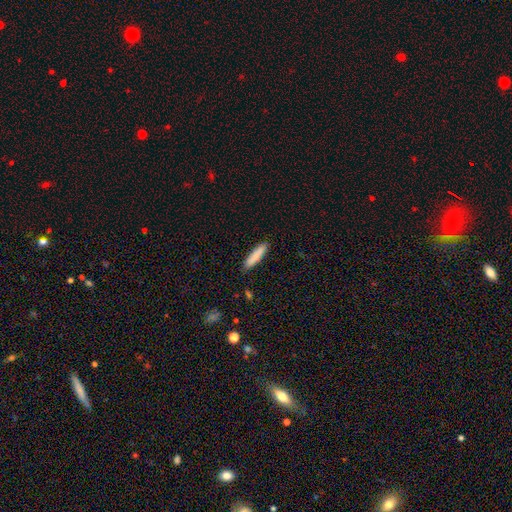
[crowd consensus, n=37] Overall: smooth (81%). How rounded: cigar-shaped (97%). Merging: none (94%).